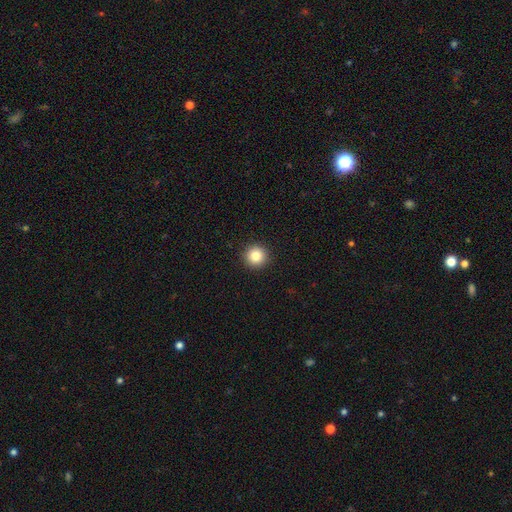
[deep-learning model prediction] Smooth or featured? smooth (84%)
How rounded? round (95%)
Merging? none (93%)